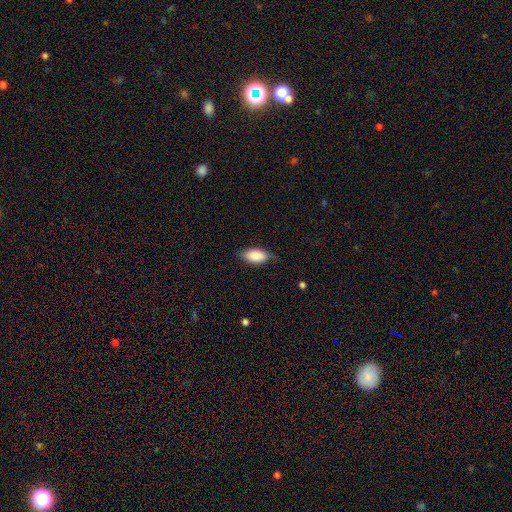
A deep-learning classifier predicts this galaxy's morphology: Smooth or featured? smooth (85%)
How rounded? in between (91%)
Merging? none (76%)